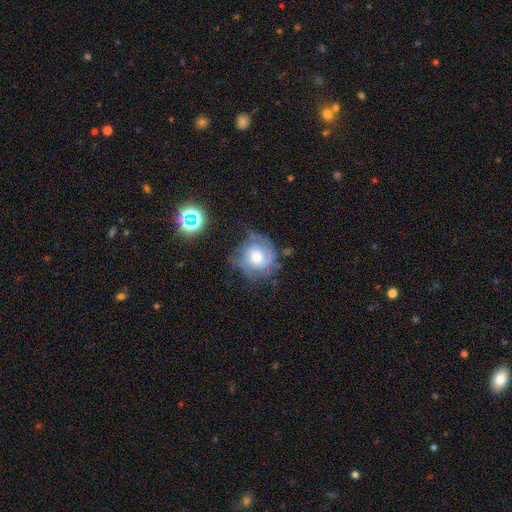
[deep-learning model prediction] Q: Smooth or featured?
A: featured or disk (59%); runner-up: smooth (32%)
Q: Edge-on disk?
A: no (97%); runner-up: yes (3%)
Q: Bar?
A: no (77%); runner-up: weak (20%)
Q: Spiral arms?
A: yes (80%); runner-up: no (20%)
Q: Bulge size?
A: moderate (54%); runner-up: large (31%)
Q: Merging?
A: none (55%); runner-up: minor disturbance (26%)